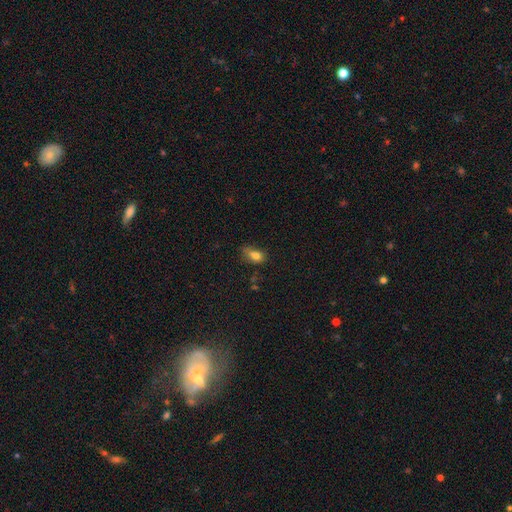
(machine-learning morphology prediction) smooth-or-featured: smooth: 75% | star or artifact: 14% | featured or disk: 12%
  how-rounded: in between: 76% | round: 18% | cigar-shaped: 5%
  merging: none: 37% | minor disturbance: 33% | major disturbance: 18% | merger: 12%